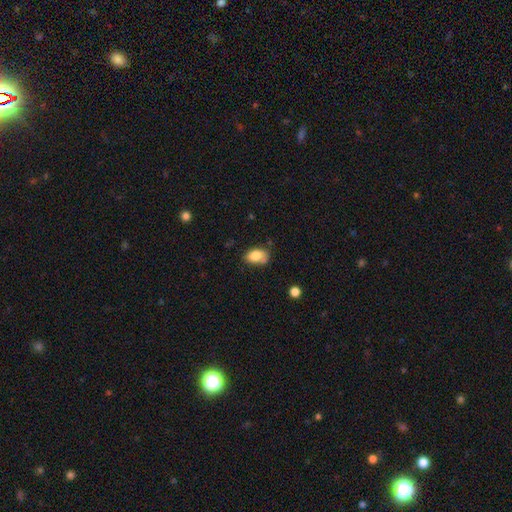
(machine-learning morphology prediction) type=smooth (83%); roundness=in between (85%); merging=none (57%).